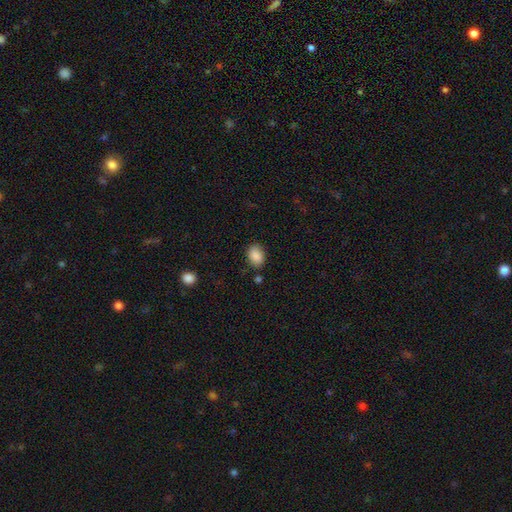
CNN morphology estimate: This appears to be a smooth galaxy with no disk features (88%) that is in between round and cigar-shaped (72%). Merging: none (81%).